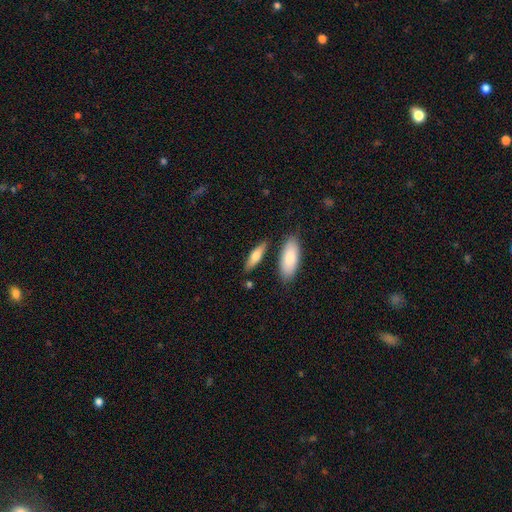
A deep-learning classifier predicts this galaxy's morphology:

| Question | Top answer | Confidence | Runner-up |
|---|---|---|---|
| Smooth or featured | smooth | 70% | featured or disk (24%) |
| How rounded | cigar-shaped | 51% | in between (46%) |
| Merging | none | 77% | minor disturbance (12%) |